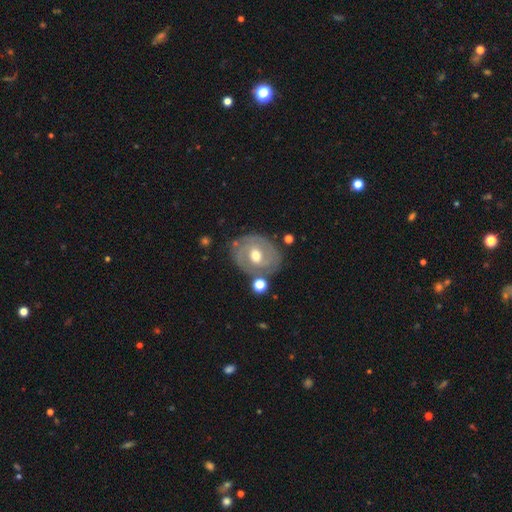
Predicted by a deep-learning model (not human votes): smooth-or-featured: featured or disk: 73% | smooth: 21% | star or artifact: 6%
  disk-edge-on: no: 96% | yes: 4%
    bar: no: 45% | weak: 42% | strong: 13%
    has-spiral-arms: yes: 74% | no: 26%
      spiral-winding: tight: 59% | medium: 31% | loose: 10%
      spiral-arm-count: 2: 58% | can't tell: 24% | 3: 8% | 1: 5% | 4: 2% | more than 4: 2%
    bulge-size: moderate: 76% | small: 15% | large: 6% | none: 1% | dominant: 1%
  merging: none: 72% | minor disturbance: 17% | major disturbance: 6% | merger: 5%